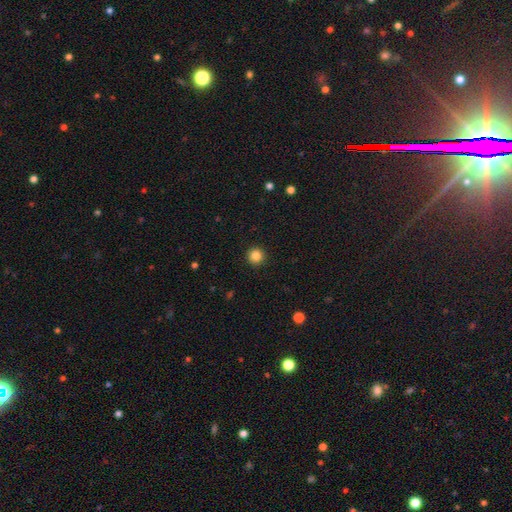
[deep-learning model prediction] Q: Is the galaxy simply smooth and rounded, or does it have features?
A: smooth — 84%.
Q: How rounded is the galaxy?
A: round — 96%.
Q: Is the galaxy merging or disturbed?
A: none — 93%.